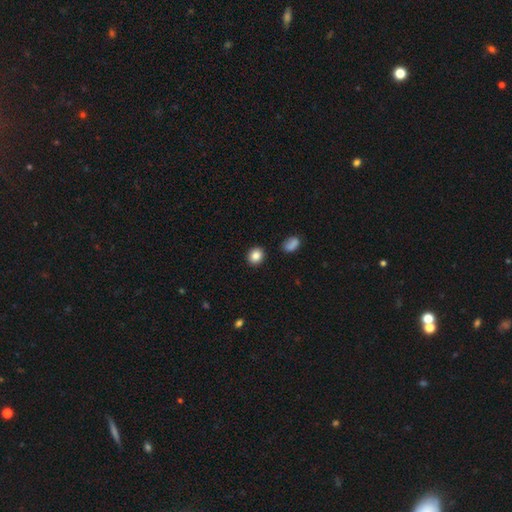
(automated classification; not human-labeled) Smooth or featured? smooth (86%)
How rounded? round (74%)
Merging? none (89%)